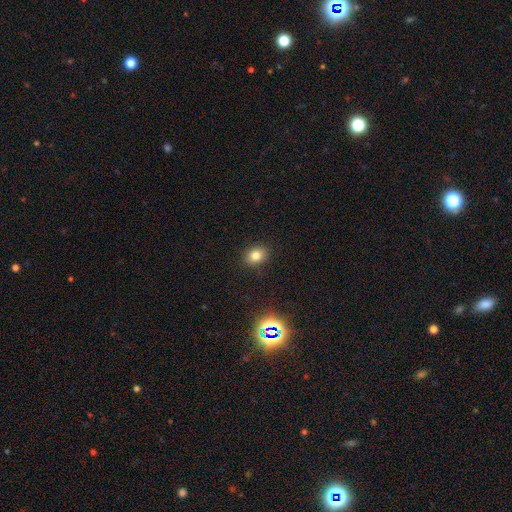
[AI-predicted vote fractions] Smooth or featured?
  - smooth: 78% *
  - star or artifact: 14%
  - featured or disk: 8%
How rounded?
  - in between: 51% *
  - round: 48%
  - cigar-shaped: 1%
Merging?
  - none: 89% *
  - minor disturbance: 8%
  - major disturbance: 2%
  - merger: 1%